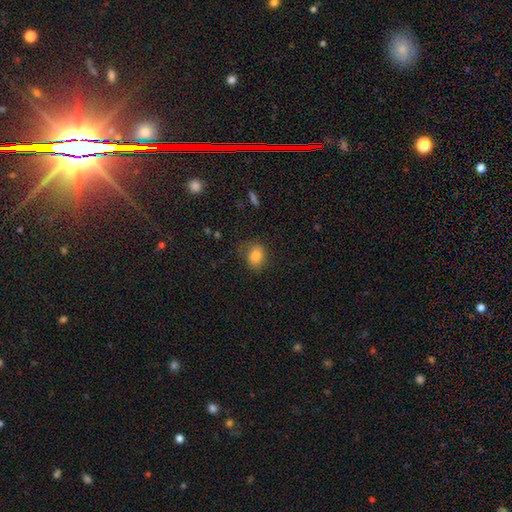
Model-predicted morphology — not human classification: type=smooth (82%); roundness=in between (53%); merging=none (72%).